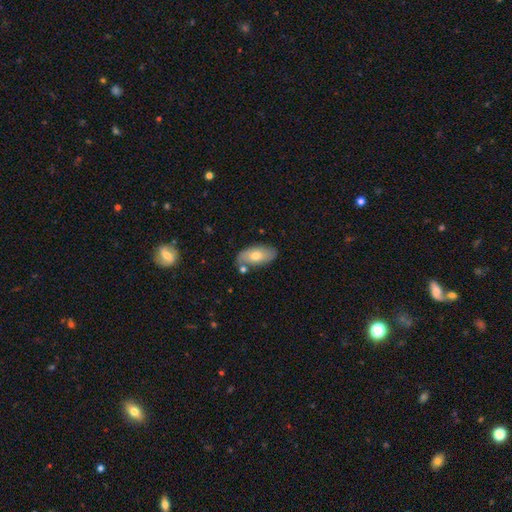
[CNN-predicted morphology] Smooth or featured? smooth (65%)
How rounded? in between (92%)
Merging? none (71%)